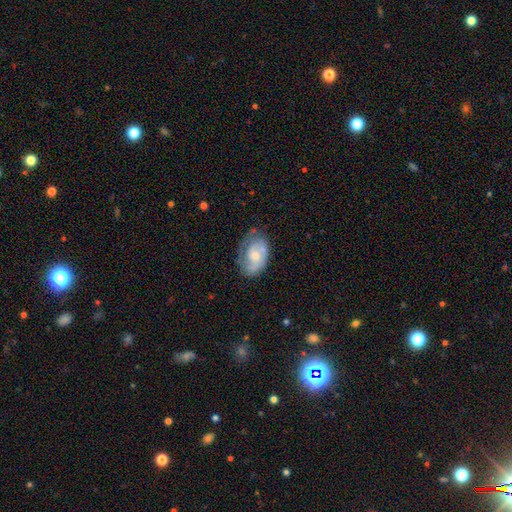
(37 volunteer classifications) Volunteers were most divided on "smooth or featured" (2-way tie): smooth: 46%, featured or disk: 46%, star or artifact: 8%. More confident: how rounded — in between (82%); merging — none (74%).